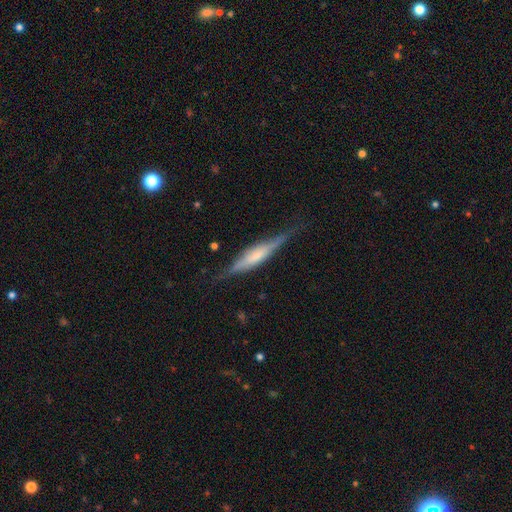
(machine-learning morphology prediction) A featured or disk galaxy (67%) viewed edge-on (95%) with a boxy central bulge (44%).

Vote fractions:
- Smooth or featured? featured or disk: 67% / smooth: 27% / star or artifact: 6%
- Edge-on disk? yes: 95% / no: 5%
- Edge-on bulge? boxy: 44% / rounded: 39% / none: 17%
- Merging? none: 77% / minor disturbance: 17% / major disturbance: 5% / merger: 1%